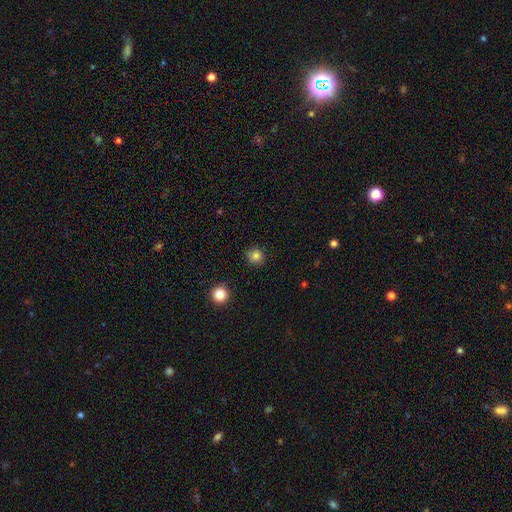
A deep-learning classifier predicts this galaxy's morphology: Overall: smooth (84%). How rounded: round (90%). Merging: none (85%).